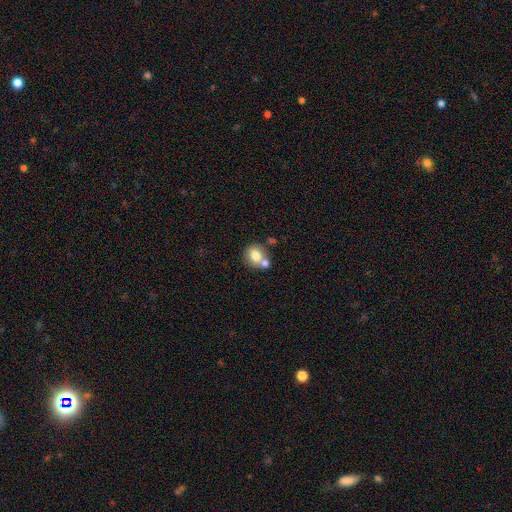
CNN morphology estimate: This is likely a smooth galaxy (76%). How rounded: likely round (63%). Merging: possibly none (46%).